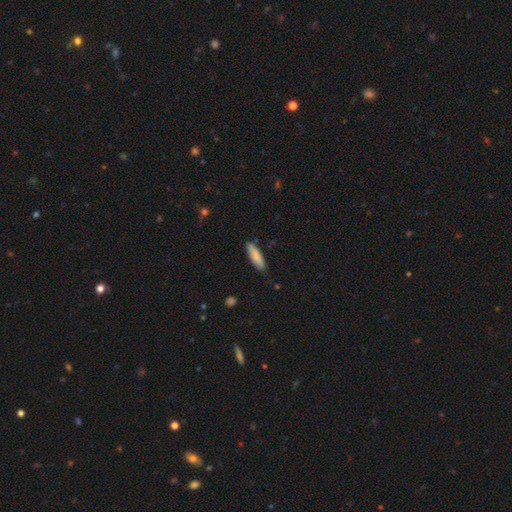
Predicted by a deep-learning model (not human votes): A smooth galaxy with no disk features (86%) that is cigar-shaped (65%). Merging: none (82%).